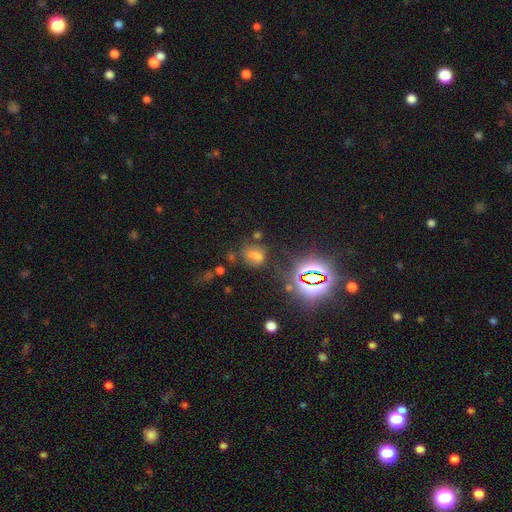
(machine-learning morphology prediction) This is possibly a smooth galaxy (50%). How rounded: possibly in between (49%, tied with round). Merging: likely none (66%).